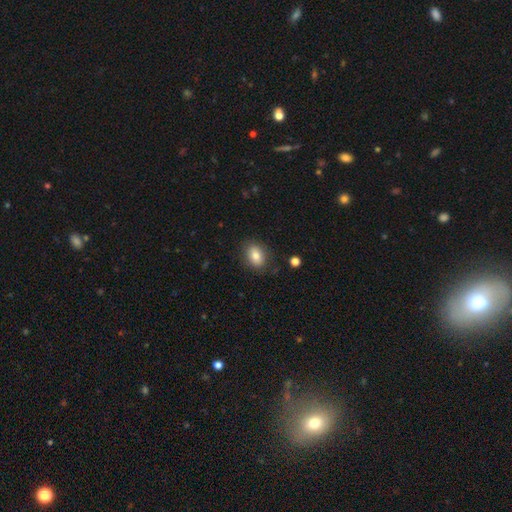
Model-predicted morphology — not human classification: A smooth galaxy with no disk features (80%) that is in between round and cigar-shaped (71%).

Vote fractions:
- Smooth or featured? smooth: 80% / featured or disk: 11% / star or artifact: 9%
- How rounded? in between: 71% / round: 28% / cigar-shaped: 1%
- Merging? none: 83% / minor disturbance: 12% / major disturbance: 3% / merger: 2%